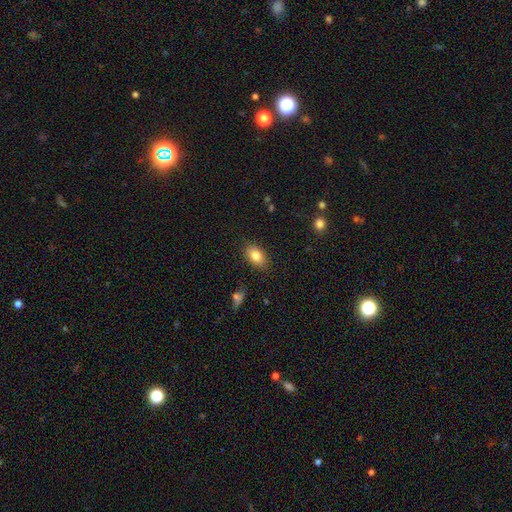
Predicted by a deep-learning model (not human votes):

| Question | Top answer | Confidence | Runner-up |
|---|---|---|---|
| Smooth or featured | smooth | 82% | featured or disk (9%) |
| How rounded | in between | 87% | round (11%) |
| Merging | none | 85% | minor disturbance (11%) |